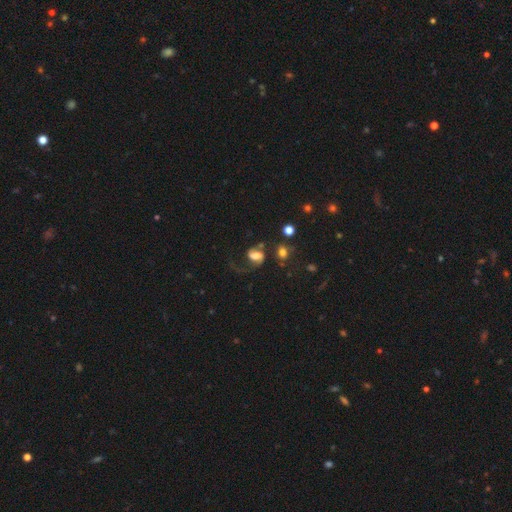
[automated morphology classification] Smooth or featured?
  - featured or disk: 50% *
  - smooth: 38%
  - star or artifact: 12%
Edge-on disk?
  - no: 97% *
  - yes: 3%
Merging?
  - none: 36% *
  - major disturbance: 34%
  - minor disturbance: 17%
  - merger: 13%